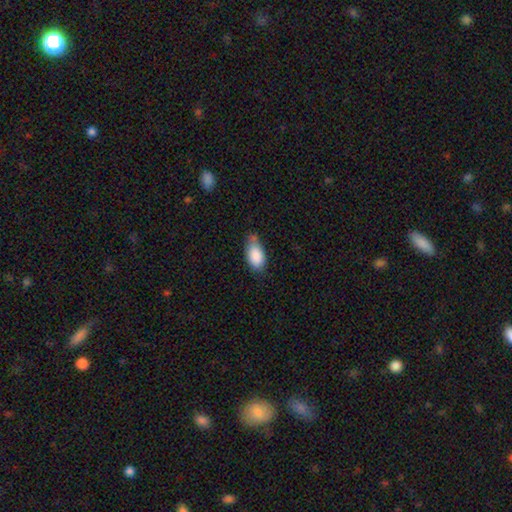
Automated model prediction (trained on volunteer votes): Morphology: type=smooth (87%); roundness=in between (92%); merging=none (51%).